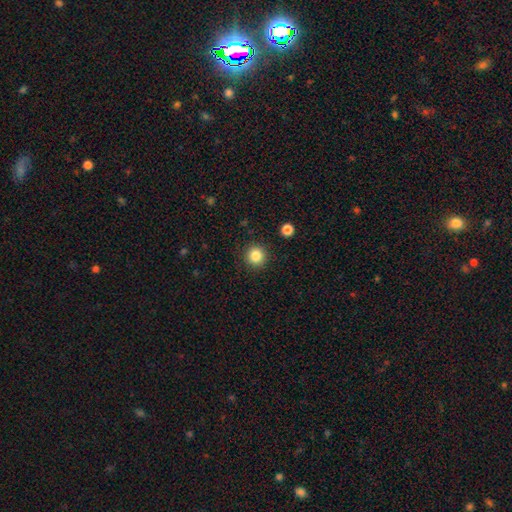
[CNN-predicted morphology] Smooth or featured: smooth — 85% (star or artifact — 11%)
How rounded: round — 95% (in between — 5%)
Merging: none — 91% (minor disturbance — 5%)